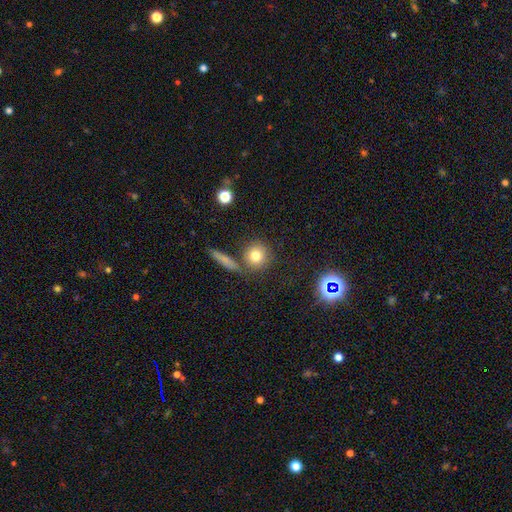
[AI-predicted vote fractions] Morphology: type=smooth (77%); roundness=round (90%); merging=none (77%).